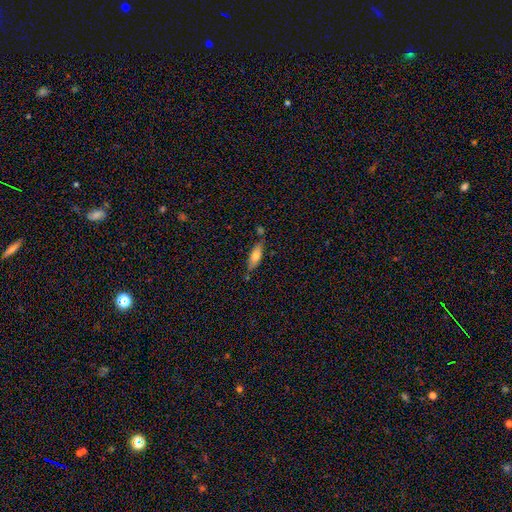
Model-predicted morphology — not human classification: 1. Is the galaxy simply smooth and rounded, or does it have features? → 65% smooth, 27% featured or disk, 7% star or artifact.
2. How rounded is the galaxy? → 57% in between, 40% cigar-shaped, 2% round.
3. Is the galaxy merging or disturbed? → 66% none, 20% minor disturbance, 9% merger, 4% major disturbance.